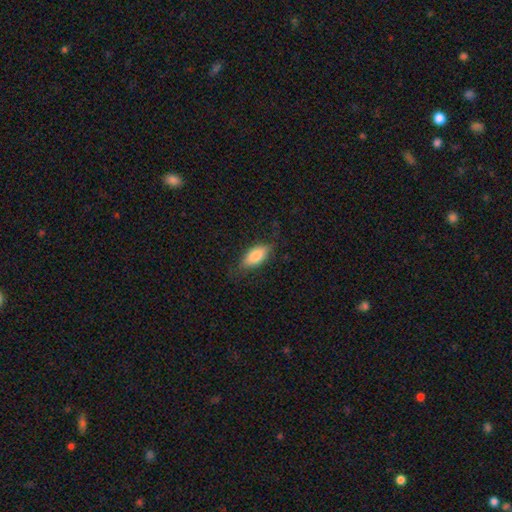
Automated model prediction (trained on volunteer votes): This appears to be a smooth galaxy with no disk features (79%) that is in between round and cigar-shaped (86%). Merging: none (72%).